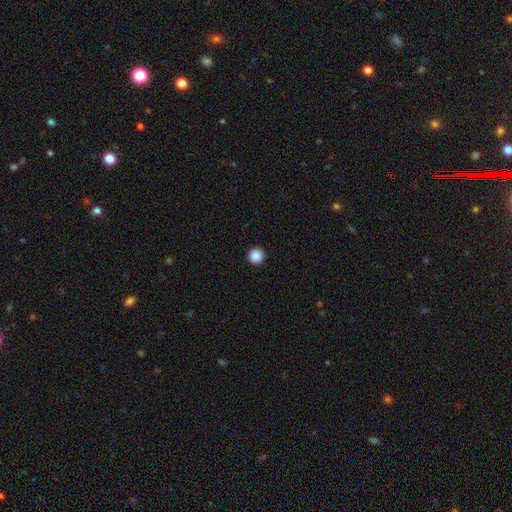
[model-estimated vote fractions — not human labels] This is clearly a smooth galaxy (88%). How rounded: clearly round (96%). Merging: clearly none (94%).